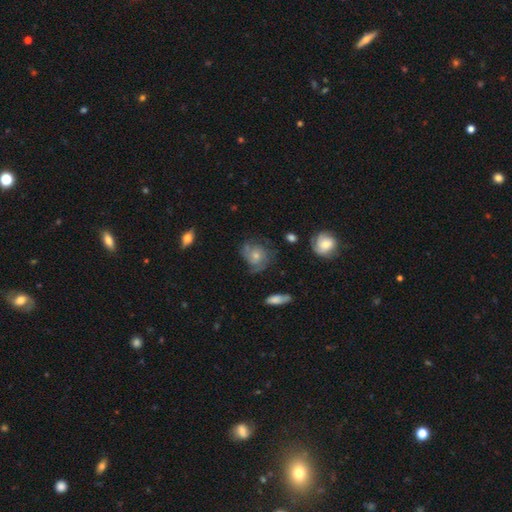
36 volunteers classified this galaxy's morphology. Smooth or featured? featured or disk (72%)
Edge-on disk? no (92%)
Bar? no (79%)
Spiral arms? yes (88%)
Spiral winding? medium (43%)
Spiral arm count? 2 (33%, tied with can't tell)
Bulge size? moderate (58%)
Merging? none (57%)